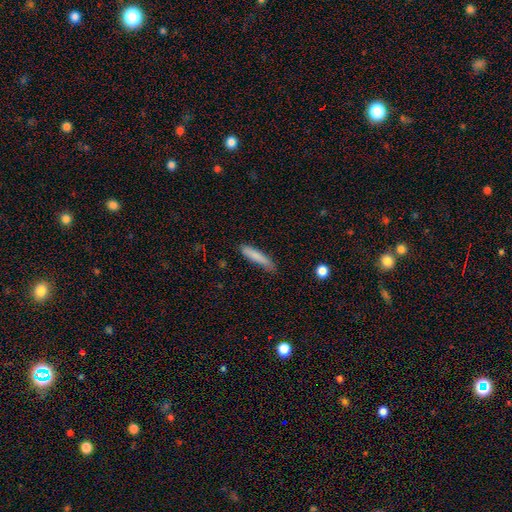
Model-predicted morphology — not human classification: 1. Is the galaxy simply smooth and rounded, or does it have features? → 82% smooth, 11% featured or disk, 7% star or artifact.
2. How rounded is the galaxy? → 88% cigar-shaped, 11% in between, 1% round.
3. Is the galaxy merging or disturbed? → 73% none, 22% minor disturbance, 4% major disturbance, 2% merger.